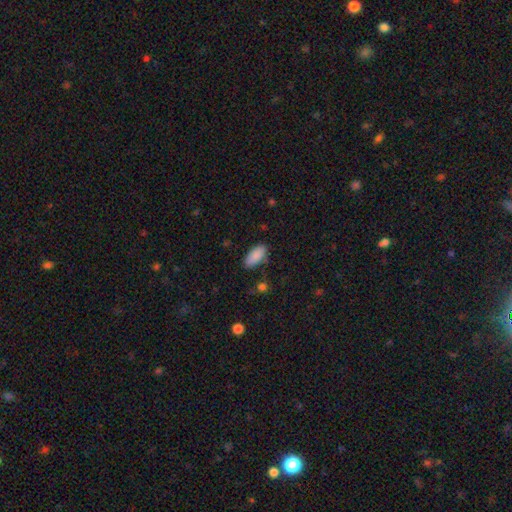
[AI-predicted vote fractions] Smooth or featured? Predicted: smooth (p=0.89). How rounded? Predicted: in between (p=0.88). Merging? Predicted: none (p=0.81).